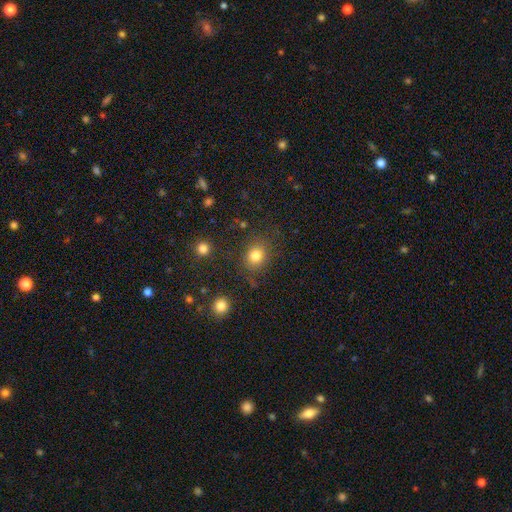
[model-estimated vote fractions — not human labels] smooth_or_featured: smooth (p=0.81) [alt: star or artifact p=0.13]
how_rounded: round (p=0.66) [alt: in between p=0.33]
merging: none (p=0.79) [alt: minor disturbance p=0.12]